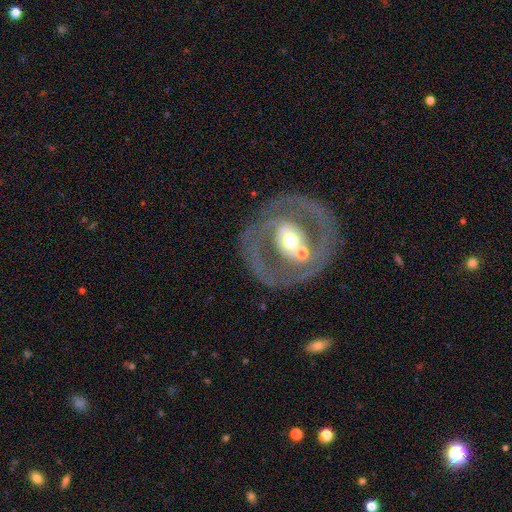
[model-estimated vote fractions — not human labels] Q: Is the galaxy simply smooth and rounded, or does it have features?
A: featured or disk — 77%.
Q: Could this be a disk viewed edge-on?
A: no — 92%.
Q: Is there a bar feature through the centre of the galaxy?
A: strong — 36%, tied with no.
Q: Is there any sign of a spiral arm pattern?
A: no — 60%.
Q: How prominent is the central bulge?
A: moderate — 65%.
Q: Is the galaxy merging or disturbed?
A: none — 77%.